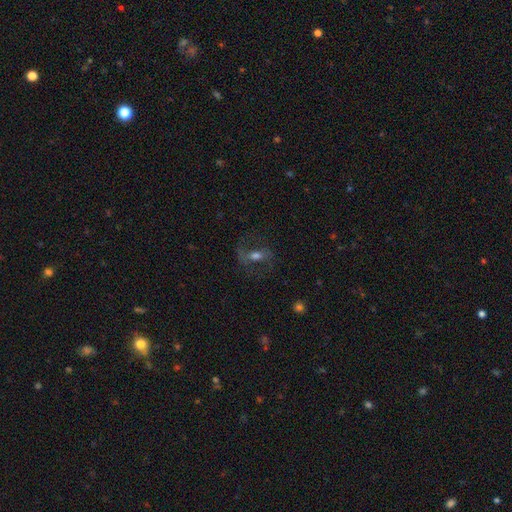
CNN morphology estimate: A featured or disk galaxy (61%) with a weak bar (41%), spiral arms (79%) and a moderate central bulge (58%). Merging: none (66%).